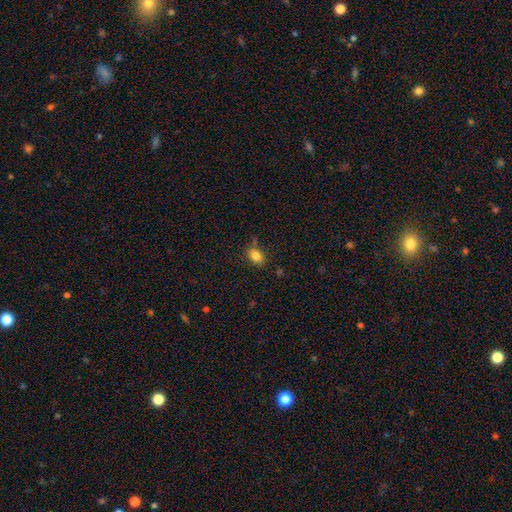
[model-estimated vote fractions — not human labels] smooth 84%, star or artifact 10%, featured or disk 6%. Down the decision tree: how rounded — in between (77%); merging — none (74%).